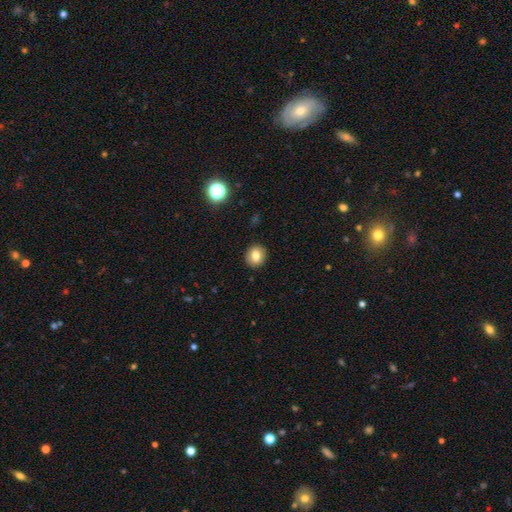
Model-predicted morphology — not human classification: Overall: smooth (78%). How rounded: round (79%). Merging: none (91%).